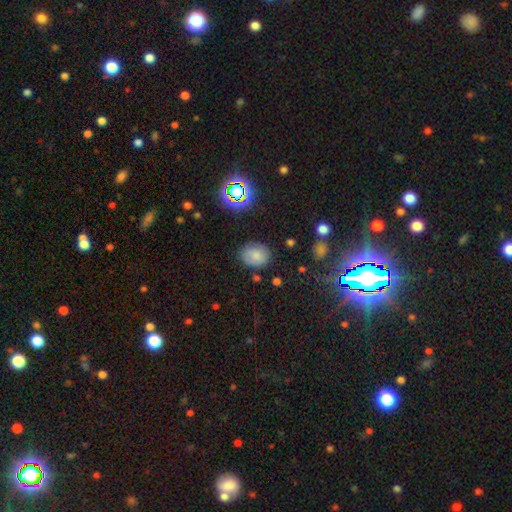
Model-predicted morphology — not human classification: Smooth or featured: smooth — 76% (star or artifact — 13%)
How rounded: in between — 53% (round — 46%)
Merging: none — 74% (minor disturbance — 18%)